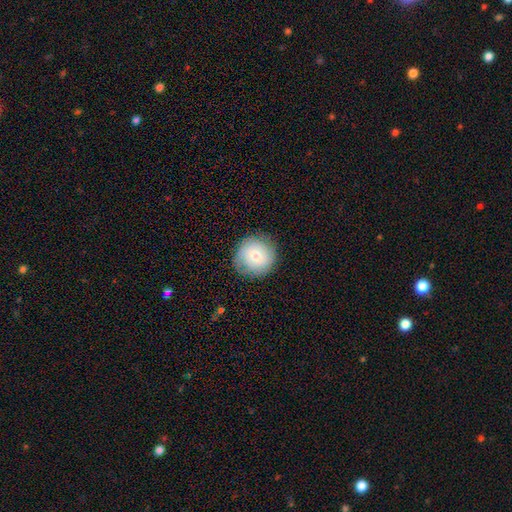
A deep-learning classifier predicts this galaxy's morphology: smooth-or-featured: smooth: 67% | featured or disk: 24% | star or artifact: 8%
  how-rounded: round: 93% | in between: 6% | cigar-shaped: 1%
  merging: none: 83% | minor disturbance: 13% | major disturbance: 3% | merger: 1%